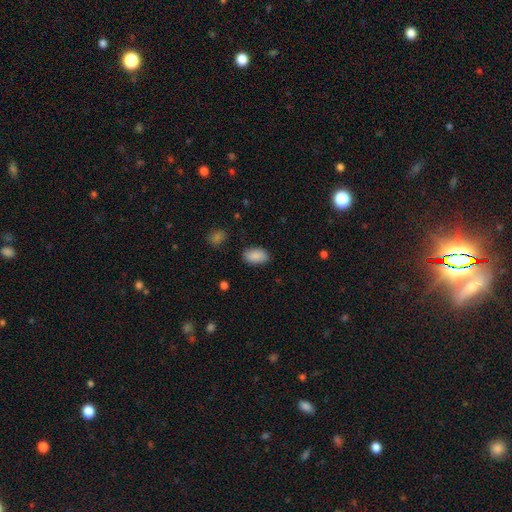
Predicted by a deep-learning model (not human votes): Q: Smooth or featured?
A: smooth (89%); runner-up: star or artifact (7%)
Q: How rounded?
A: in between (93%); runner-up: round (5%)
Q: Merging?
A: none (86%); runner-up: minor disturbance (10%)